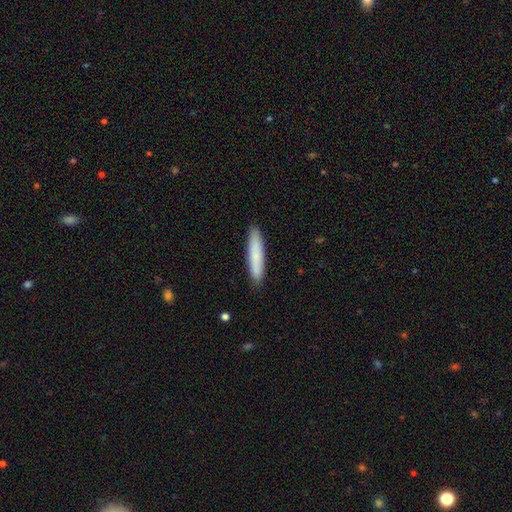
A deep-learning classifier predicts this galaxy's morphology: A smooth galaxy with no disk features (78%) that is cigar-shaped (91%).

Vote fractions:
- Smooth or featured? smooth: 78% / featured or disk: 16% / star or artifact: 6%
- How rounded? cigar-shaped: 91% / in between: 8% / round: 1%
- Merging? none: 91% / minor disturbance: 7% / major disturbance: 1% / merger: 1%